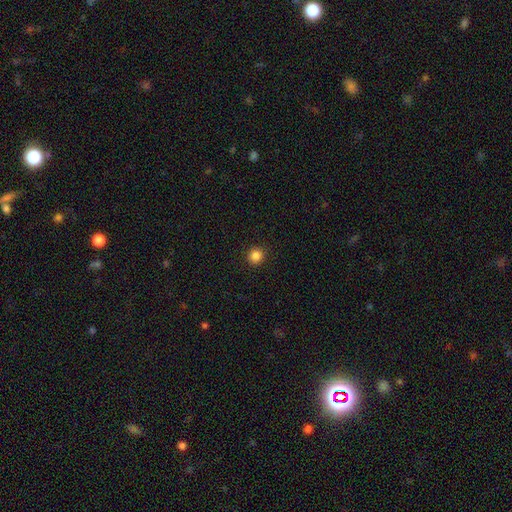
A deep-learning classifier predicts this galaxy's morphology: smooth 85%, star or artifact 11%, featured or disk 4%. Down the decision tree: how rounded — round (92%); merging — none (92%).